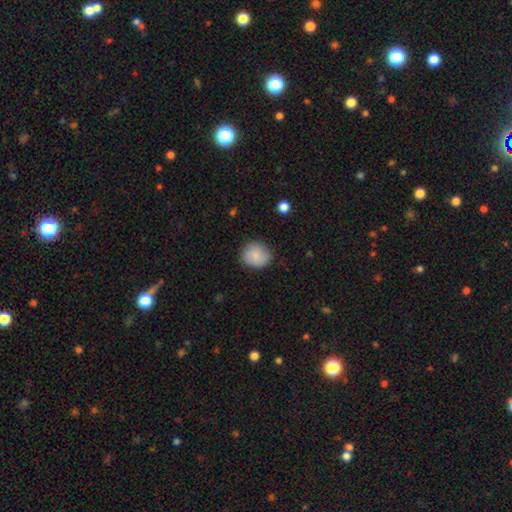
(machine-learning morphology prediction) This is clearly a smooth galaxy (84%). How rounded: likely round (79%). Merging: clearly none (82%).